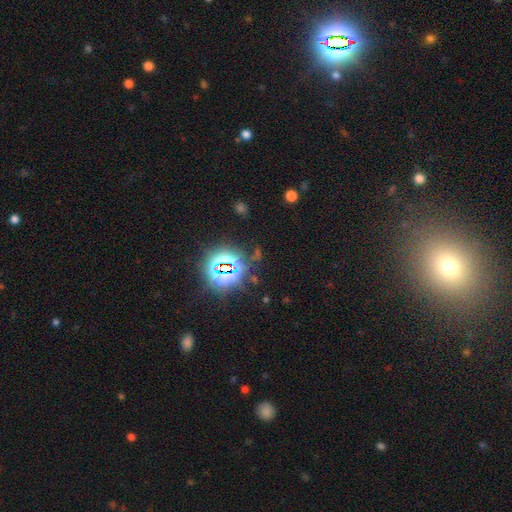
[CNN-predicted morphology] smooth_or_featured: star or artifact (p=0.77) [alt: smooth p=0.15]